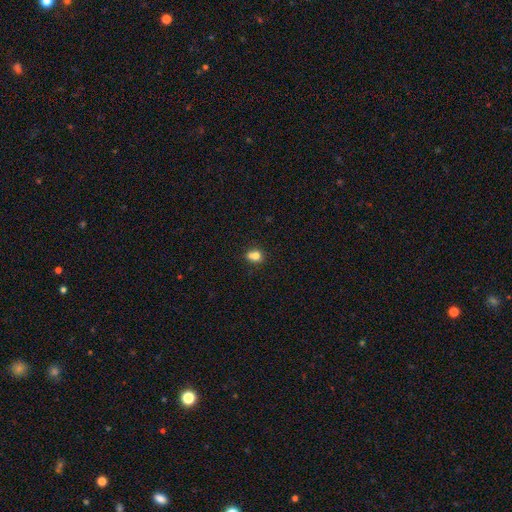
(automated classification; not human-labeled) Smooth or featured: smooth — 75% (featured or disk — 13%)
How rounded: round — 63% (in between — 36%)
Merging: none — 45% (merger — 35%)